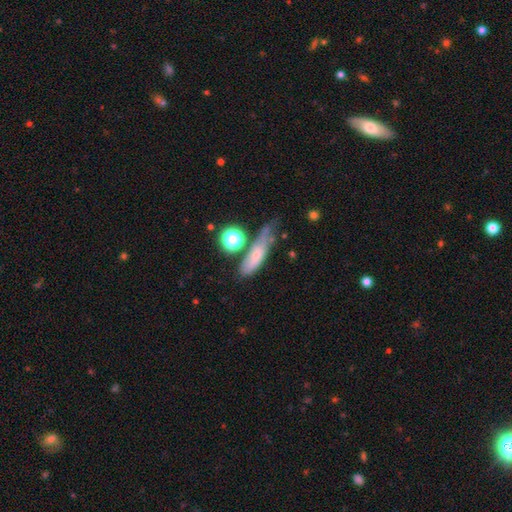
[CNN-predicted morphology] Smooth or featured: smooth — 62% (featured or disk — 26%)
How rounded: cigar-shaped — 47% (in between — 41%)
Merging: none — 42% (minor disturbance — 28%)